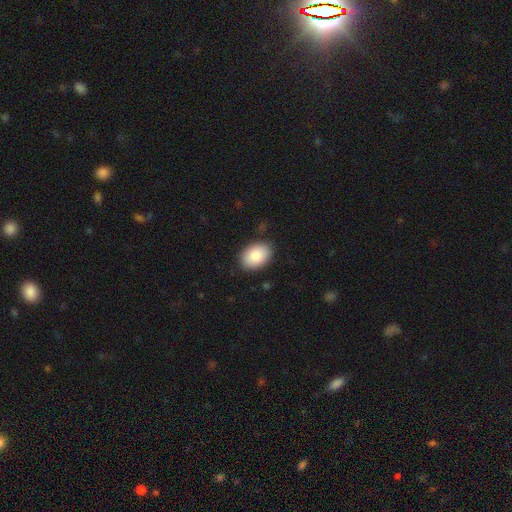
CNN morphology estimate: This appears to be a smooth galaxy with no disk features (86%) that is in between round and cigar-shaped (85%). Merging: none (86%).